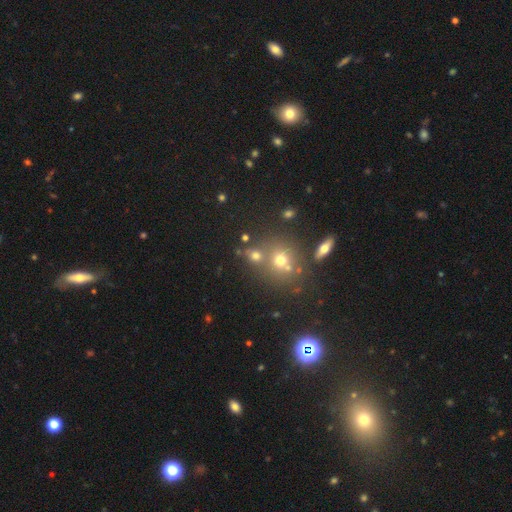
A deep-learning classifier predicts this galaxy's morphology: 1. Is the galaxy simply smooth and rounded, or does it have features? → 66% smooth, 21% star or artifact, 13% featured or disk.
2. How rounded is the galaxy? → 78% round, 21% in between, 2% cigar-shaped.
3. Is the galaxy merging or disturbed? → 60% none, 27% merger, 9% minor disturbance, 4% major disturbance.